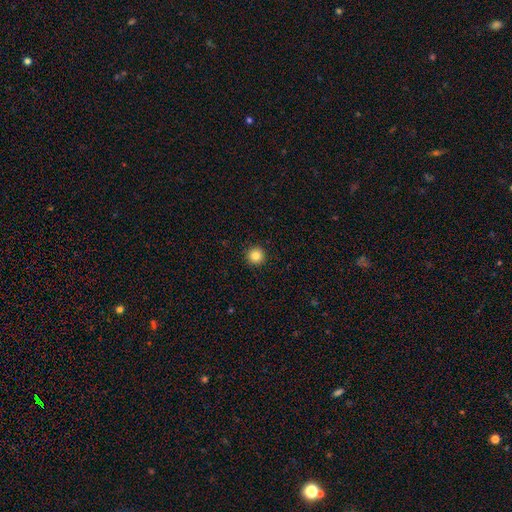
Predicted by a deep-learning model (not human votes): Smooth or featured? Predicted: smooth (p=0.83). How rounded? Predicted: round (p=0.96). Merging? Predicted: none (p=0.93).